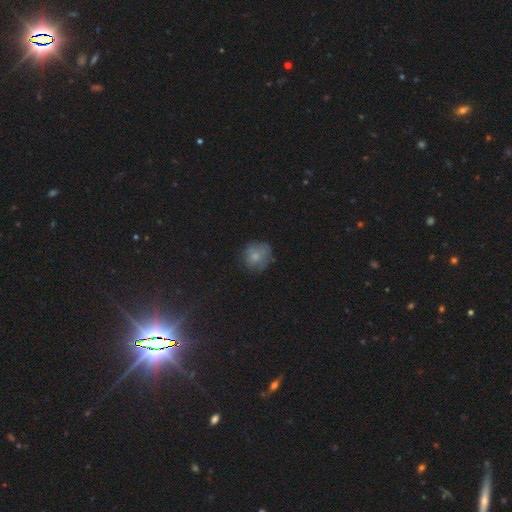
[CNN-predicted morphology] Smooth or featured? Predicted: smooth (p=0.66). How rounded? Predicted: round (p=0.80). Merging? Predicted: none (p=0.63).